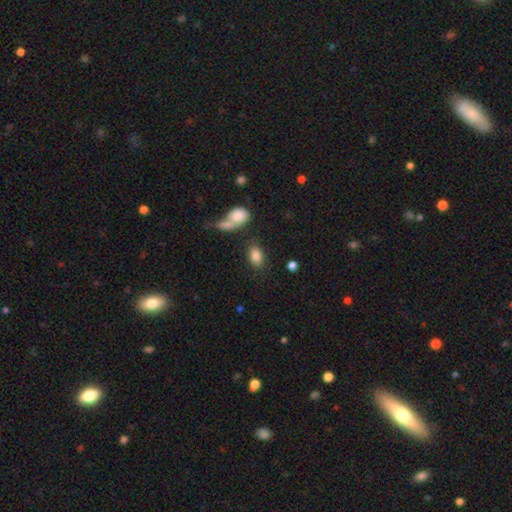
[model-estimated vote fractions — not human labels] Smooth or featured?
  - smooth: 85% *
  - star or artifact: 8%
  - featured or disk: 7%
How rounded?
  - in between: 87% *
  - round: 10%
  - cigar-shaped: 2%
Merging?
  - none: 66% *
  - merger: 16%
  - minor disturbance: 12%
  - major disturbance: 6%